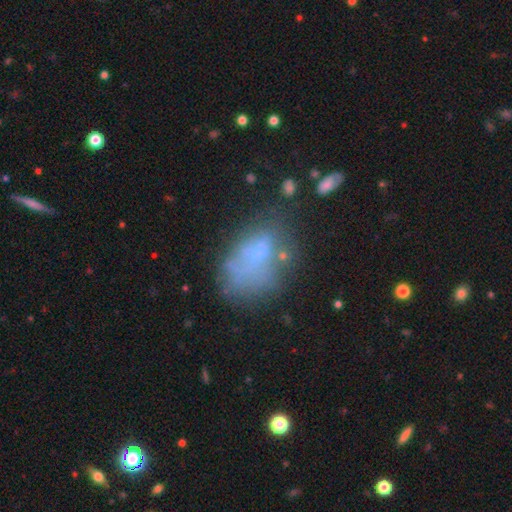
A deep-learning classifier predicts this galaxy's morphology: smooth-or-featured: smooth: 50% | featured or disk: 32% | star or artifact: 18%
  merging: none: 39% | major disturbance: 25% | minor disturbance: 24% | merger: 12%